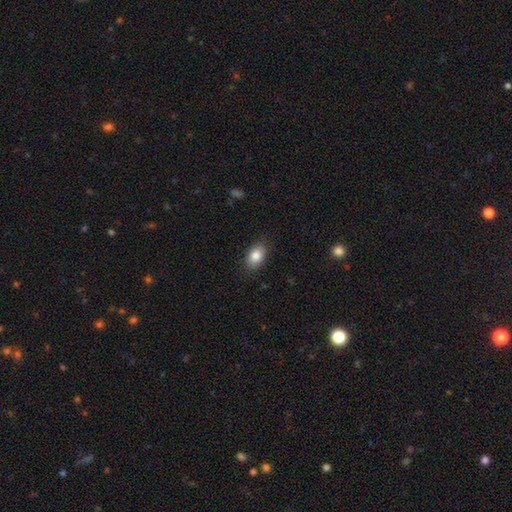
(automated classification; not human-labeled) Smooth or featured?
  - smooth: 85% *
  - star or artifact: 8%
  - featured or disk: 7%
How rounded?
  - in between: 85% *
  - round: 14%
  - cigar-shaped: 1%
Merging?
  - none: 86% *
  - minor disturbance: 11%
  - major disturbance: 3%
  - merger: 1%